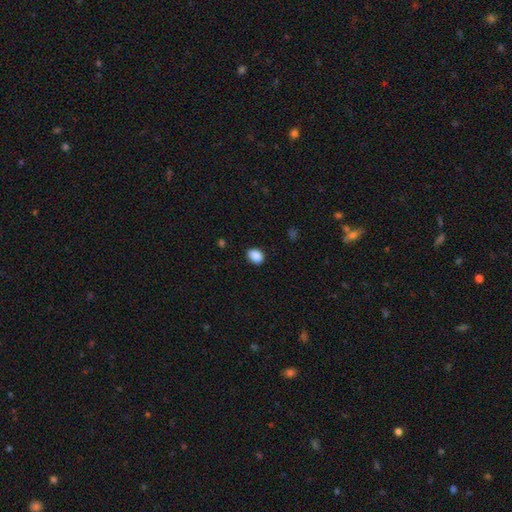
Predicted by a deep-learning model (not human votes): Q: Smooth or featured?
A: smooth (89%); runner-up: star or artifact (8%)
Q: How rounded?
A: in between (63%); runner-up: round (36%)
Q: Merging?
A: none (87%); runner-up: minor disturbance (10%)